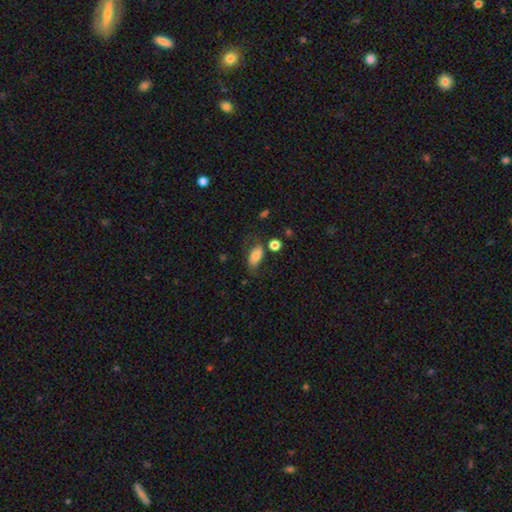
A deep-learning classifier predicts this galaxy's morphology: This is likely a smooth galaxy (72%). How rounded: clearly in between (89%). Merging: possibly none (56%).